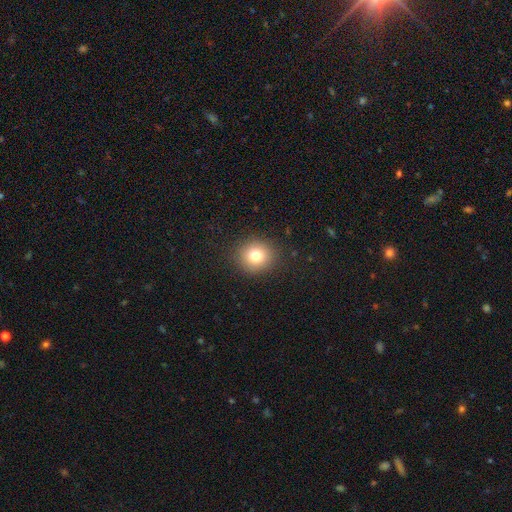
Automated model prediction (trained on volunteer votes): Q: Smooth or featured?
A: smooth (79%); runner-up: star or artifact (12%)
Q: How rounded?
A: round (84%); runner-up: in between (15%)
Q: Merging?
A: none (89%); runner-up: minor disturbance (7%)